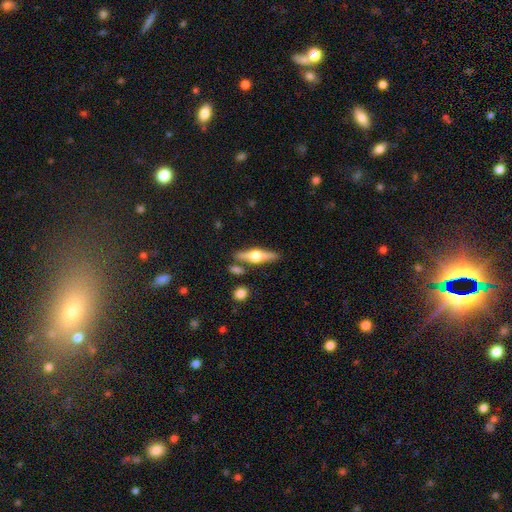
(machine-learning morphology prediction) featured or disk 72%, smooth 22%, star or artifact 6%. Down the decision tree: edge-on disk — yes (96%); edge-on bulge — rounded (94%); merging — none (81%).